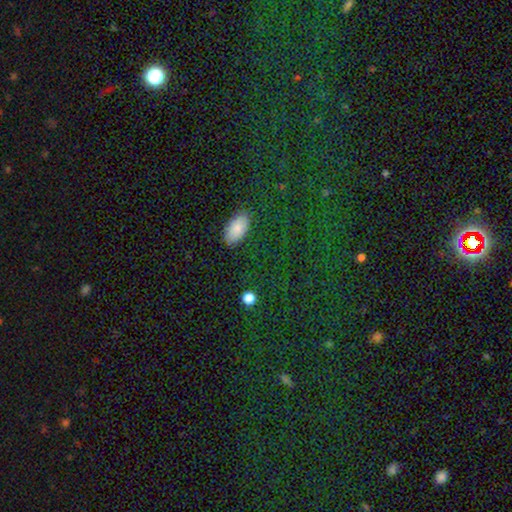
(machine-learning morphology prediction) smooth-or-featured: smooth: 59% | star or artifact: 33% | featured or disk: 8%
  how-rounded: in between: 85% | round: 8% | cigar-shaped: 7%
  merging: none: 81% | minor disturbance: 11% | major disturbance: 5% | merger: 3%